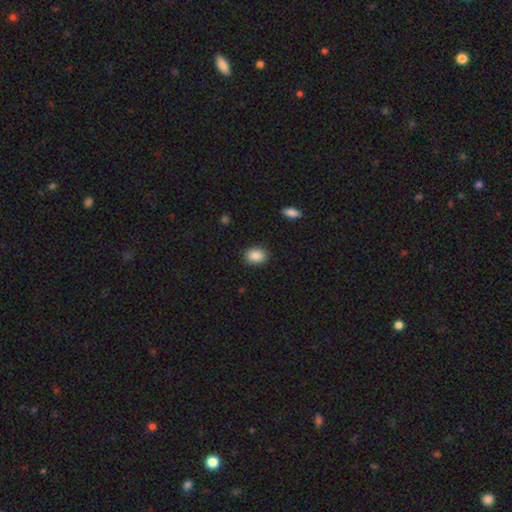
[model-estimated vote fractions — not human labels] Overall: smooth (88%). How rounded: in between (73%). Merging: none (88%).